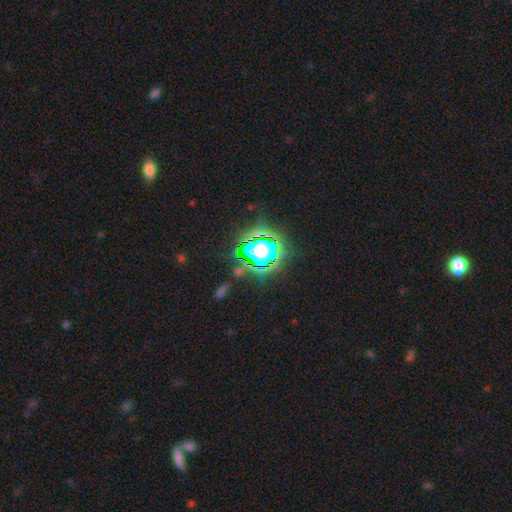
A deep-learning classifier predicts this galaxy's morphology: This is clearly a star or artifact rather than a galaxy (83%).